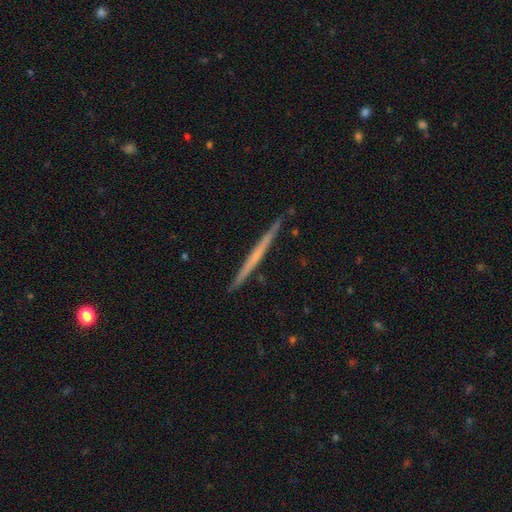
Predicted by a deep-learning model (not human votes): Overall: featured or disk (56%; smooth 38%). Edge-on disk: yes (98%). Edge-on bulge: none (89%). Merging: none (91%).